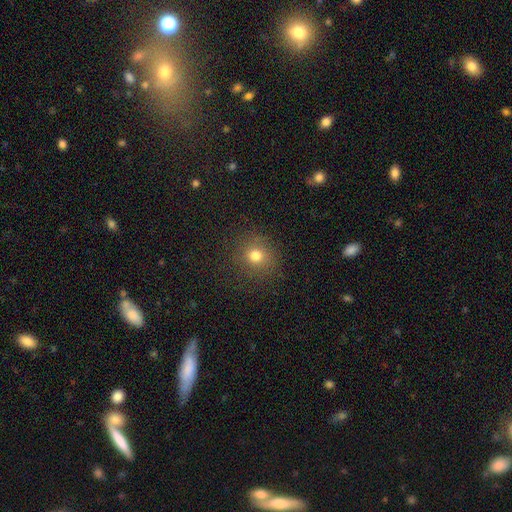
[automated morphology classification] This appears to be a smooth galaxy with no disk features (75%) that is round (89%). Merging: none (85%).